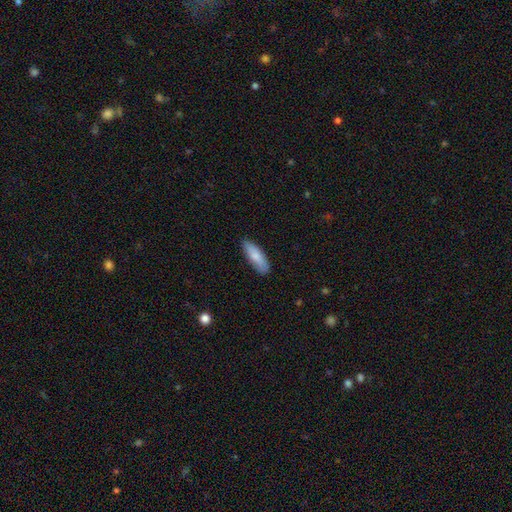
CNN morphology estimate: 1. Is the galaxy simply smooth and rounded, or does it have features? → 81% smooth, 14% featured or disk, 5% star or artifact.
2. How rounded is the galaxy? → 59% in between, 39% cigar-shaped, 2% round.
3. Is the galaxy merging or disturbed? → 82% none, 14% minor disturbance, 2% major disturbance, 1% merger.